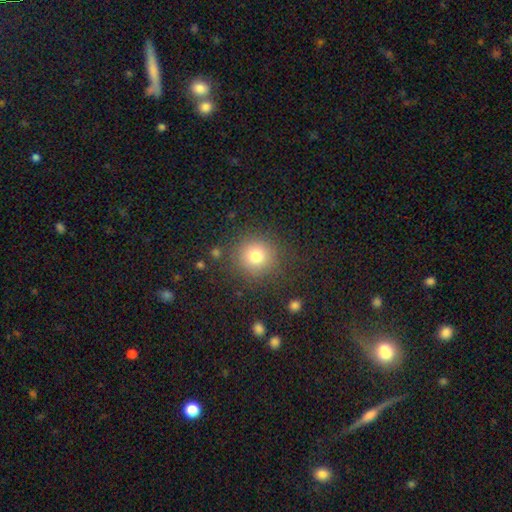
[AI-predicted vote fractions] Smooth or featured: smooth — 78% (star or artifact — 13%)
How rounded: round — 92% (in between — 7%)
Merging: none — 85% (minor disturbance — 9%)